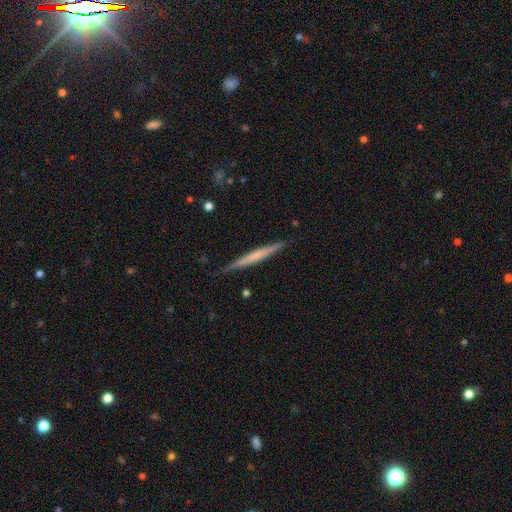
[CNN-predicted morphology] smooth_or_featured: featured or disk (p=0.51) [alt: smooth p=0.43]
disk_edge_on: yes (p=0.98) [alt: no p=0.02]
merging: none (p=0.89) [alt: minor disturbance p=0.08]